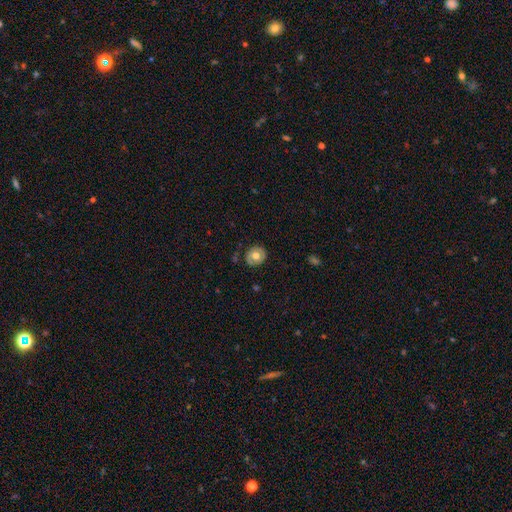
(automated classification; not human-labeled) A smooth galaxy with no disk features (57%) that is round (73%).

Vote fractions:
- Smooth or featured? smooth: 57% / featured or disk: 36% / star or artifact: 7%
- How rounded? round: 73% / in between: 26% / cigar-shaped: 1%
- Merging? none: 83% / minor disturbance: 12% / major disturbance: 3% / merger: 1%